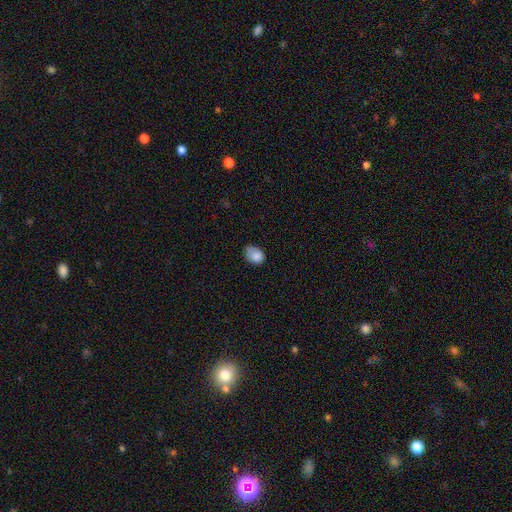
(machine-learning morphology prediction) type=smooth (84%); roundness=in between (74%); merging=none (50%).